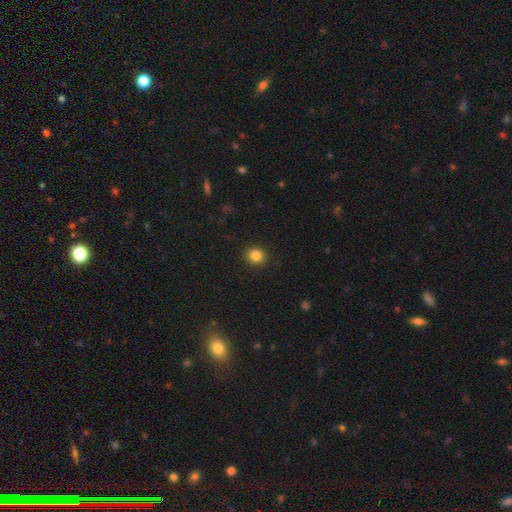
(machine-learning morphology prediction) Overall: smooth (84%). How rounded: round (89%). Merging: none (92%).